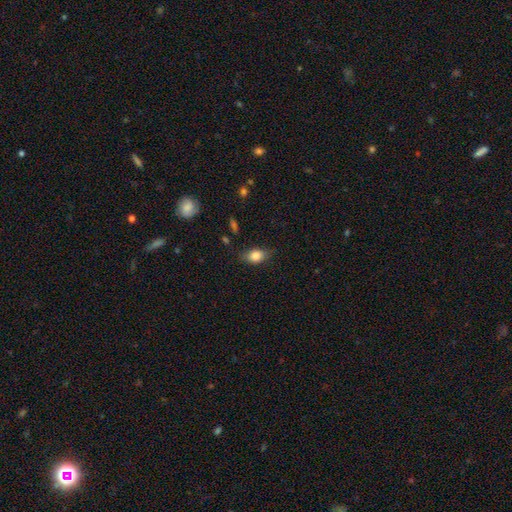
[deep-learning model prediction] Overall: smooth (82%). How rounded: in between (78%). Merging: none (77%).